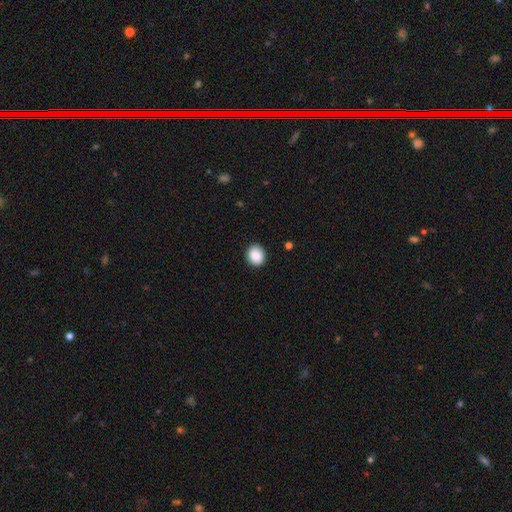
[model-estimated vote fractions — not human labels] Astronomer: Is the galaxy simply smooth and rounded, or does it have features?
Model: smooth — 88%.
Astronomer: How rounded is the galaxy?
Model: round — 62% (runner-up: in between, 37%).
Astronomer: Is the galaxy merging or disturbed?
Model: none — 88%.